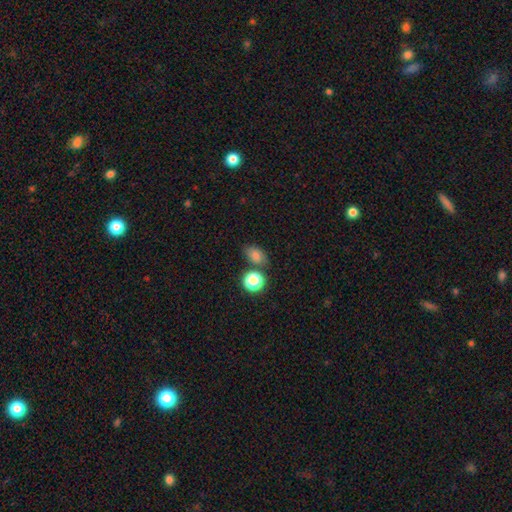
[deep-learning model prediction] Morphology: type=smooth (76%); roundness=in between (70%); merging=none (68%).